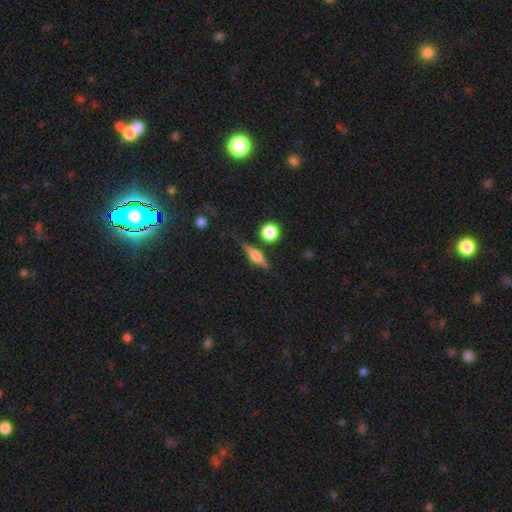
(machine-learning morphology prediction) Smooth or featured?
  - featured or disk: 59% *
  - smooth: 33%
  - star or artifact: 9%
Edge-on disk?
  - yes: 95% *
  - no: 5%
Edge-on bulge?
  - rounded: 88% *
  - boxy: 9%
  - none: 3%
Merging?
  - none: 78% *
  - minor disturbance: 14%
  - merger: 4%
  - major disturbance: 4%